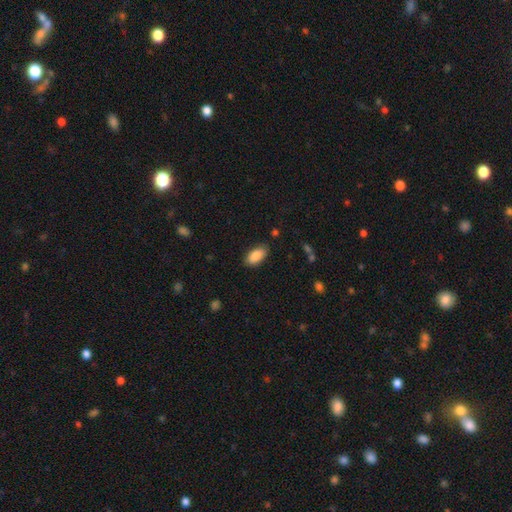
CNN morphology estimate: A smooth galaxy with no disk features (89%) that is in between round and cigar-shaped (93%).

Vote fractions:
- Smooth or featured? smooth: 89% / star or artifact: 6% / featured or disk: 5%
- How rounded? in between: 93% / cigar-shaped: 4% / round: 2%
- Merging? none: 83% / minor disturbance: 13% / major disturbance: 3% / merger: 1%